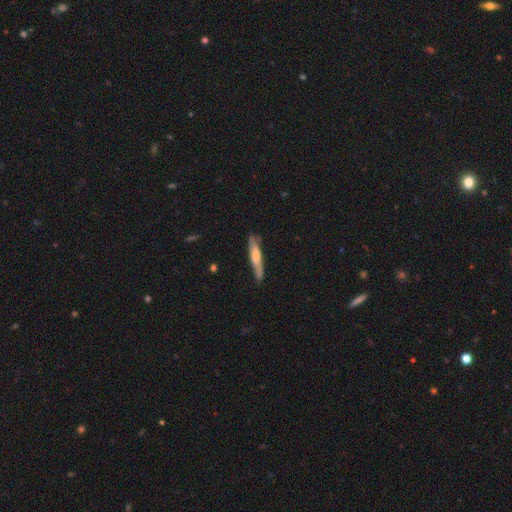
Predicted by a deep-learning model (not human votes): This appears to be a smooth galaxy with no disk features (50%) that is cigar-shaped (90%). Merging: none (74%).